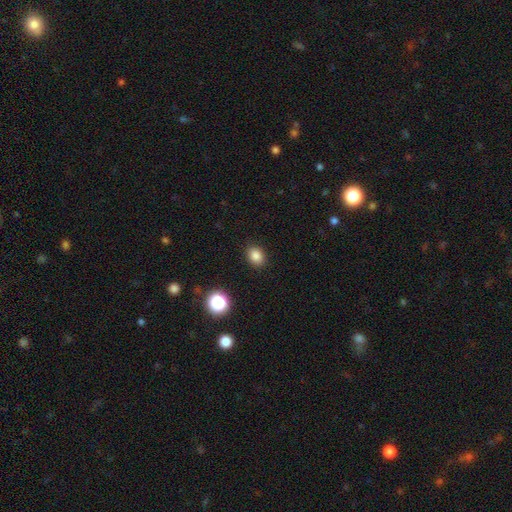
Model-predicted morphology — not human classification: smooth_or_featured: smooth (p=0.84) [alt: star or artifact p=0.12]
how_rounded: in between (p=0.62) [alt: round p=0.37]
merging: none (p=0.89) [alt: minor disturbance p=0.08]